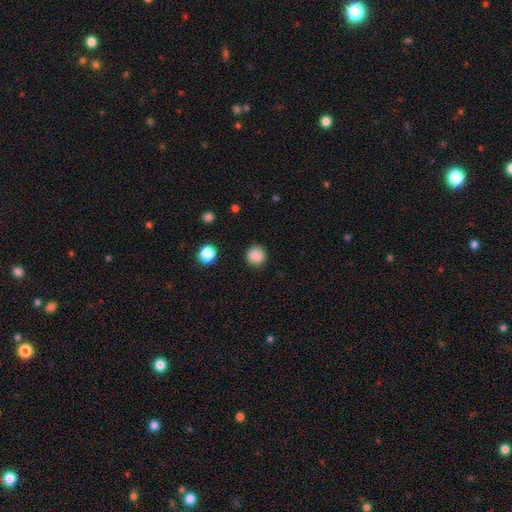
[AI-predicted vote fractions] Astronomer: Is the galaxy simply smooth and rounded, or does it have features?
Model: smooth — 87%.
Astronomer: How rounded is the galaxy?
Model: round — 93%.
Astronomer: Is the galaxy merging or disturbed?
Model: none — 90%.